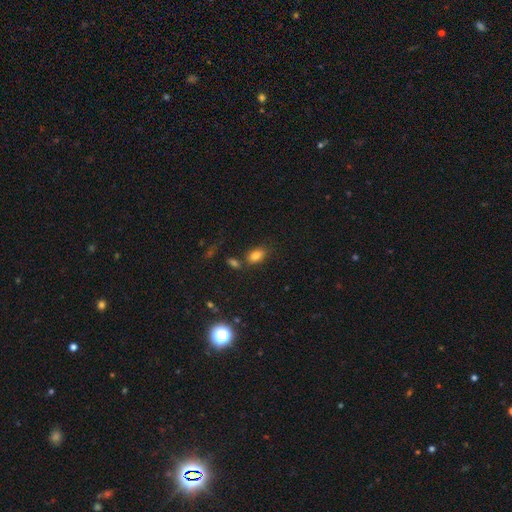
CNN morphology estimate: type=smooth (82%); roundness=in between (86%); merging=none (69%).